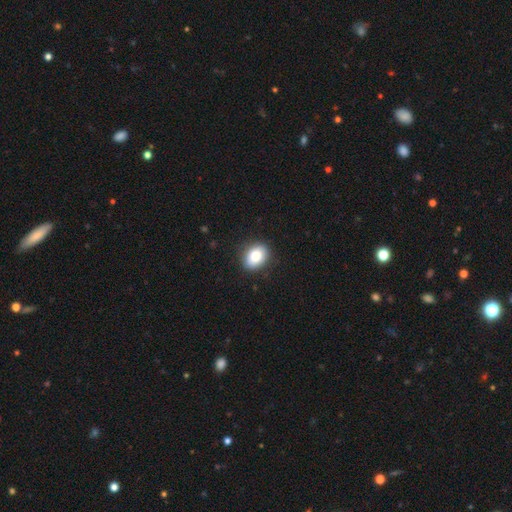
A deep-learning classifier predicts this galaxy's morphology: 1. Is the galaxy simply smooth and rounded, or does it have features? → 84% smooth, 8% featured or disk, 8% star or artifact.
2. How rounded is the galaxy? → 67% in between, 32% round, 1% cigar-shaped.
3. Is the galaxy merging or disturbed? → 87% none, 10% minor disturbance, 2% major disturbance, 1% merger.